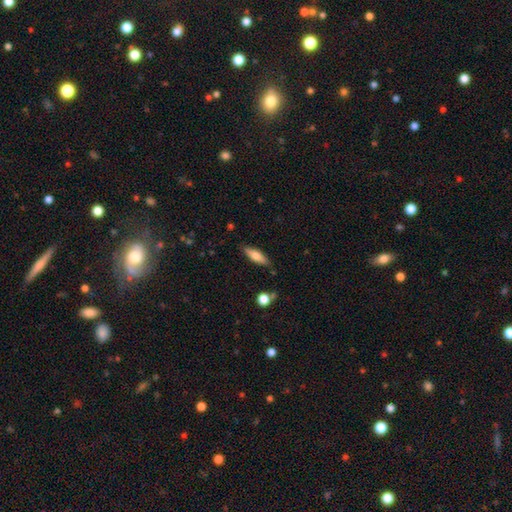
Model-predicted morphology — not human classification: Smooth or featured? Predicted: smooth (p=0.64). How rounded? Predicted: cigar-shaped (p=0.54). Merging? Predicted: none (p=0.84).